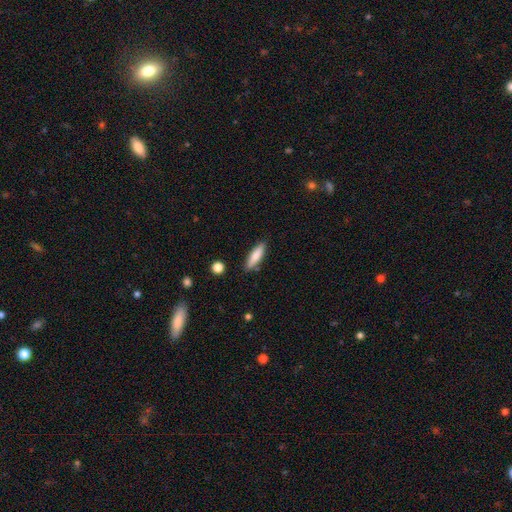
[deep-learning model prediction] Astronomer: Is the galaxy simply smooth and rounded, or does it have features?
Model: smooth — 79%.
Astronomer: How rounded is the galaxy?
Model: cigar-shaped — 66%.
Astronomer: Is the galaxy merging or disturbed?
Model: none — 84%.